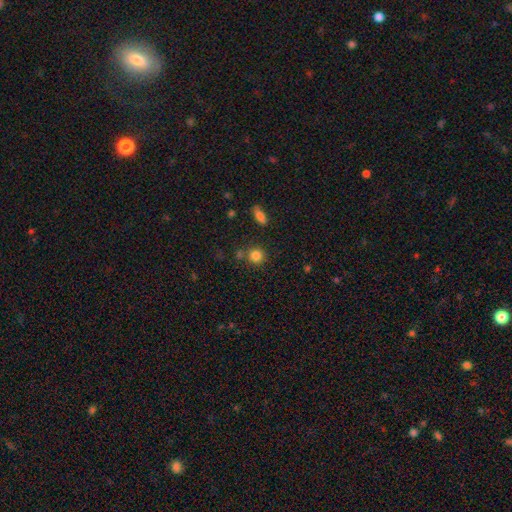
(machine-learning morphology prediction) smooth 83%, star or artifact 11%, featured or disk 5%. Down the decision tree: how rounded — round (88%); merging — none (72%).